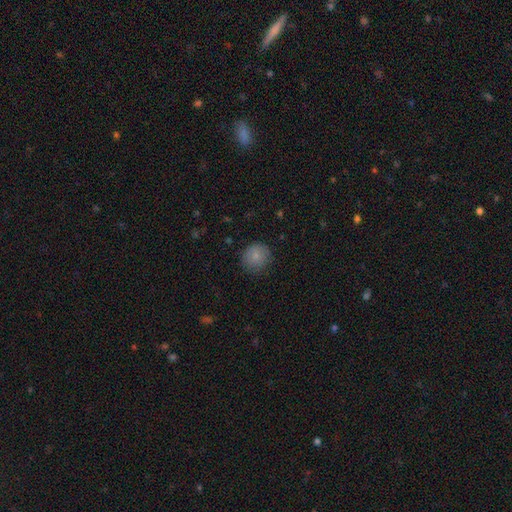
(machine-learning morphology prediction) Smooth or featured? smooth (82%)
How rounded? round (84%)
Merging? none (80%)